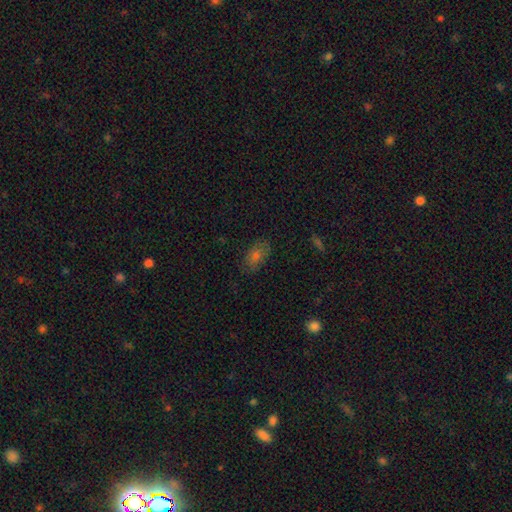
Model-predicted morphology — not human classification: Q: Smooth or featured?
A: smooth (69%); runner-up: star or artifact (16%)
Q: How rounded?
A: in between (89%); runner-up: round (7%)
Q: Merging?
A: none (78%); runner-up: minor disturbance (16%)